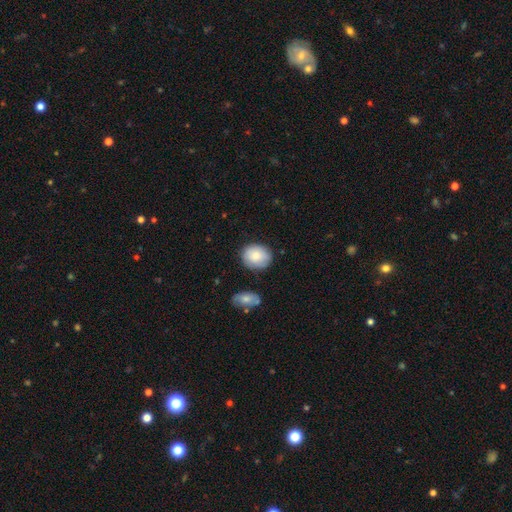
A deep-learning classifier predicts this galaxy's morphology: smooth_or_featured: smooth (p=0.82) [alt: featured or disk p=0.11]
how_rounded: round (p=0.58) [alt: in between p=0.41]
merging: none (p=0.76) [alt: minor disturbance p=0.17]